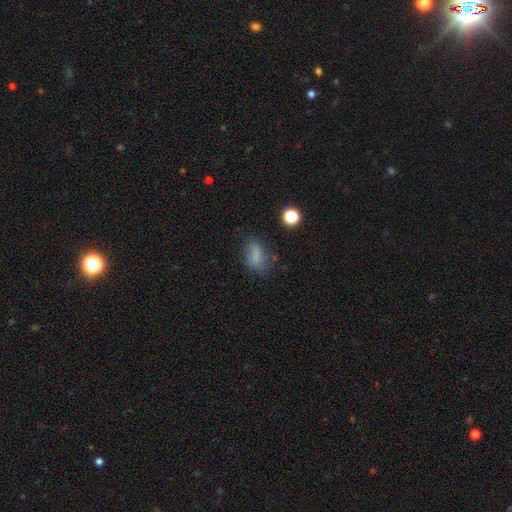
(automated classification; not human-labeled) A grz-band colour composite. It shows a smooth galaxy with no disk features (73%) that is in between round and cigar-shaped (80%). Merging: none (59%).